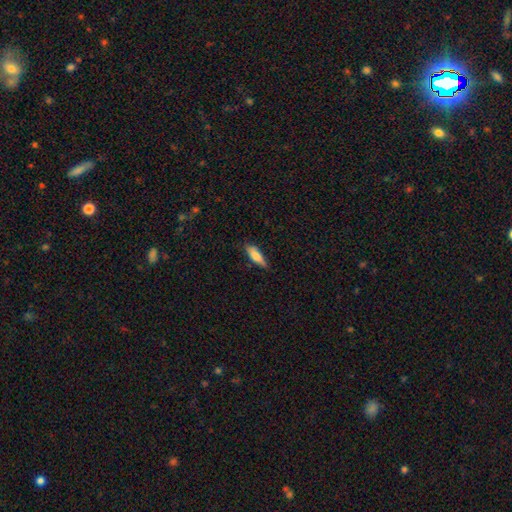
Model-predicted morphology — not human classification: smooth-or-featured: smooth: 76% | featured or disk: 18% | star or artifact: 6%
  how-rounded: cigar-shaped: 53% | in between: 45% | round: 2%
  merging: none: 77% | minor disturbance: 19% | major disturbance: 3% | merger: 1%